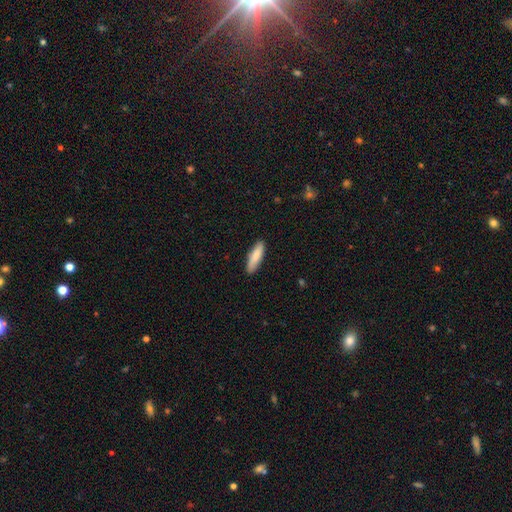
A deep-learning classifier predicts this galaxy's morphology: smooth-or-featured: smooth: 85% | featured or disk: 9% | star or artifact: 5%
  how-rounded: cigar-shaped: 60% | in between: 38% | round: 1%
  merging: none: 88% | minor disturbance: 9% | major disturbance: 2% | merger: 1%